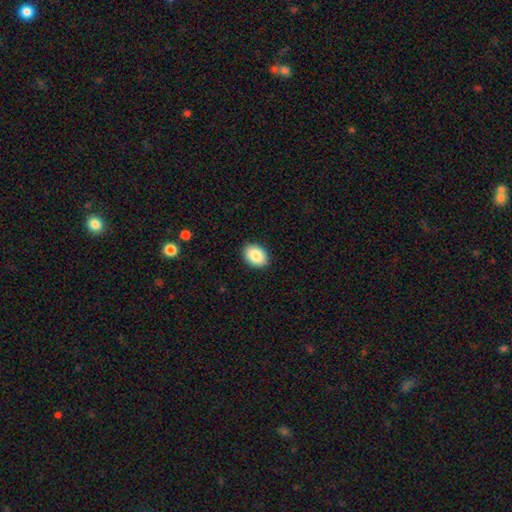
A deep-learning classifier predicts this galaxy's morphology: Smooth or featured? smooth (87%)
How rounded? in between (76%)
Merging? none (90%)